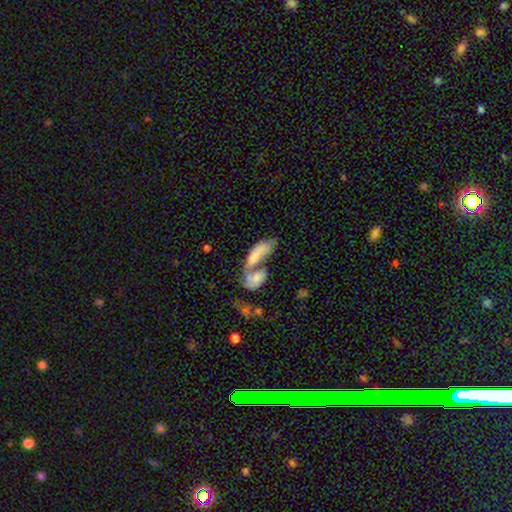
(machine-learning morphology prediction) This appears to be a smooth galaxy with no disk features (66%) that is in between round and cigar-shaped (71%). Merging: merger (75%).